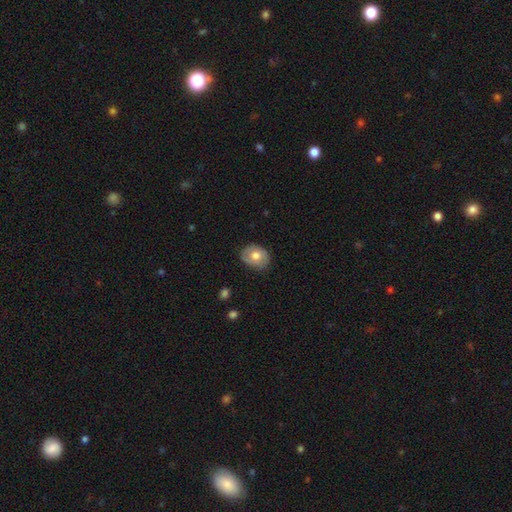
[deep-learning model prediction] This is likely a smooth galaxy (68%). How rounded: possibly in between (59%). Merging: likely none (78%).